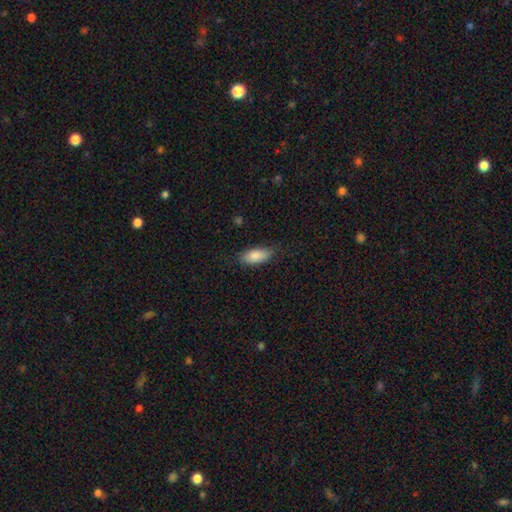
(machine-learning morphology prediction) The model was most divided on "merging": none: 79%, minor disturbance: 16%, major disturbance: 4%, merger: 1%. More confident: smooth or featured — smooth (86%); how rounded — in between (85%).